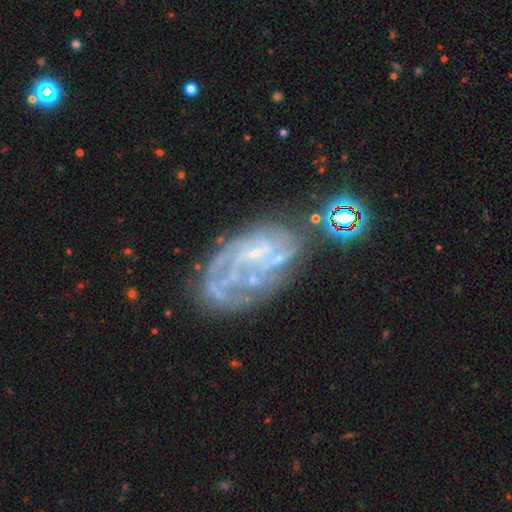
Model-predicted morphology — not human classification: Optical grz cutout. It shows a featured or disk galaxy (75%) with no bar (62%), spiral arms (69%) and a small central bulge (54%). Merging: none (47%).